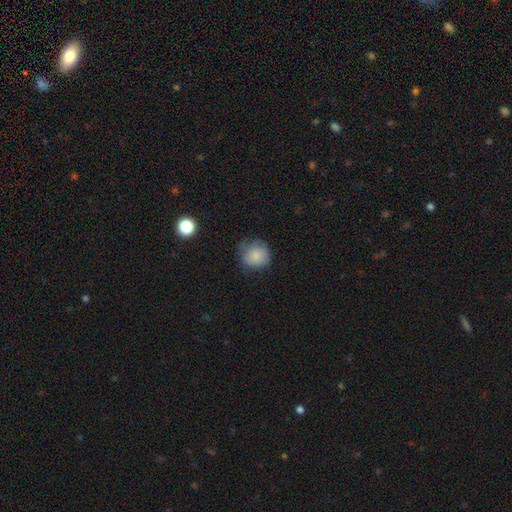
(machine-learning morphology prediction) Overall: smooth (81%). How rounded: round (87%). Merging: none (60%; minor disturbance 29%).